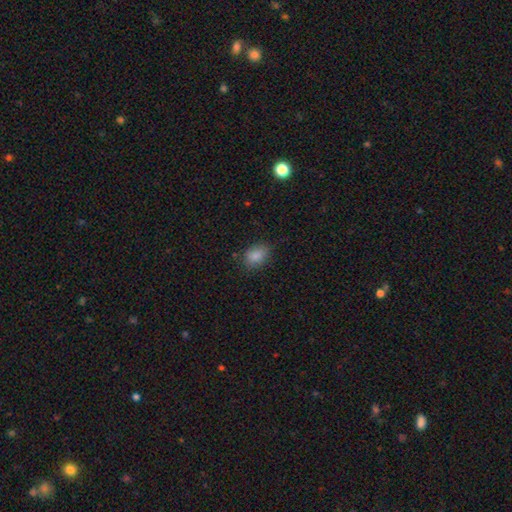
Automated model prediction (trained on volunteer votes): Smooth or featured: smooth — 86% (star or artifact — 9%)
How rounded: in between — 70% (round — 29%)
Merging: none — 77% (minor disturbance — 18%)